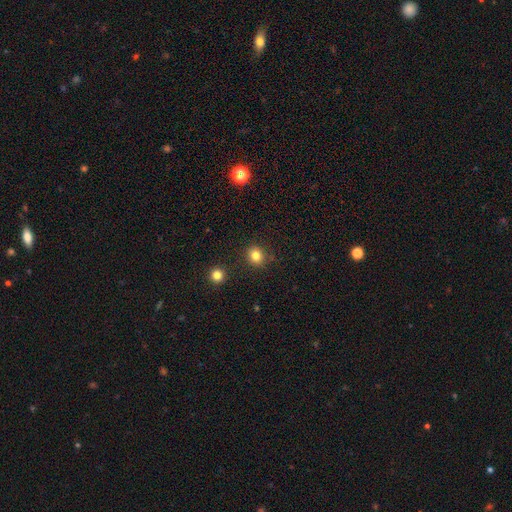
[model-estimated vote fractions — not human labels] A smooth galaxy with no disk features (82%) that is round (80%).

Vote fractions:
- Smooth or featured? smooth: 82% / star or artifact: 13% / featured or disk: 6%
- How rounded? round: 80% / in between: 19% / cigar-shaped: 1%
- Merging? none: 87% / minor disturbance: 8% / merger: 3% / major disturbance: 2%